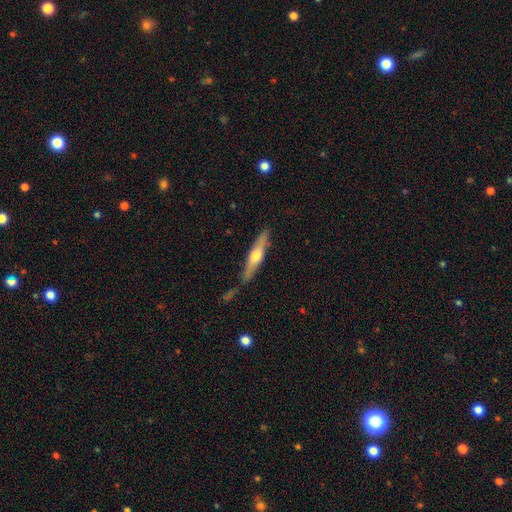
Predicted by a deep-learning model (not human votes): A featured or disk galaxy (57%) viewed edge-on (94%) with a rounded central bulge (91%).

Vote fractions:
- Smooth or featured? featured or disk: 57% / smooth: 38% / star or artifact: 5%
- Edge-on disk? yes: 94% / no: 6%
- Edge-on bulge? rounded: 91% / none: 4% / boxy: 4%
- Merging? none: 78% / minor disturbance: 14% / merger: 5% / major disturbance: 3%